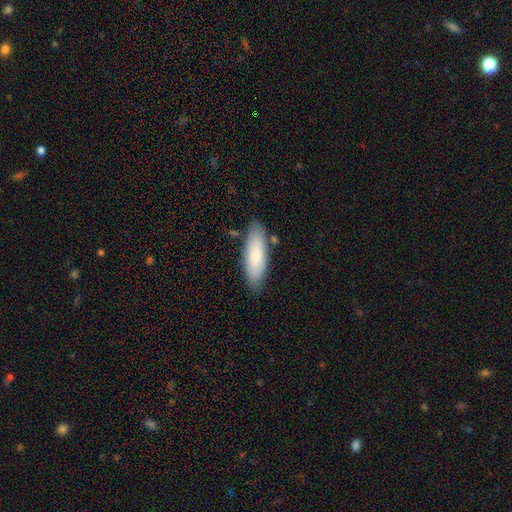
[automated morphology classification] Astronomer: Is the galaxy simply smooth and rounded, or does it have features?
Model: smooth — 80%.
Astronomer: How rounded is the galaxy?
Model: in between — 55% (runner-up: cigar-shaped, 44%).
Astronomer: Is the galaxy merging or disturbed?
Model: none — 82%.